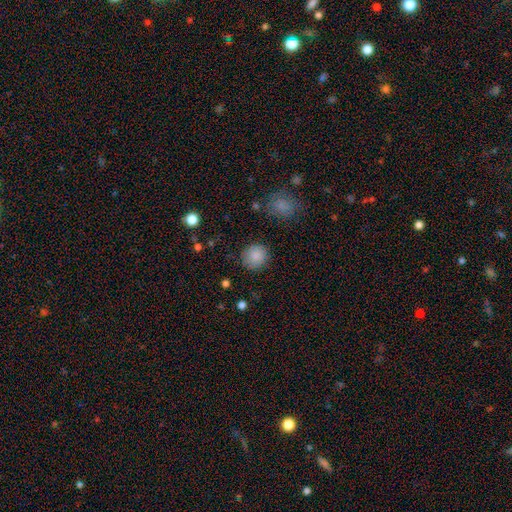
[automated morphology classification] Smooth or featured? Predicted: smooth (p=0.87). How rounded? Predicted: round (p=0.89). Merging? Predicted: none (p=0.85).